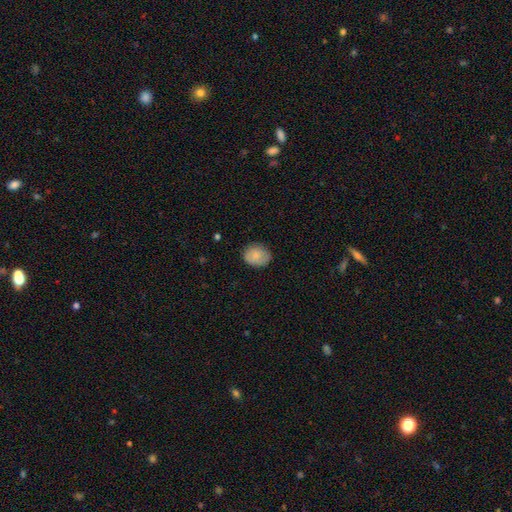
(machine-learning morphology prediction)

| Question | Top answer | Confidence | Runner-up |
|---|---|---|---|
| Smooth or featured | smooth | 83% | featured or disk (10%) |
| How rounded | round | 58% | in between (41%) |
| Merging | none | 79% | minor disturbance (17%) |